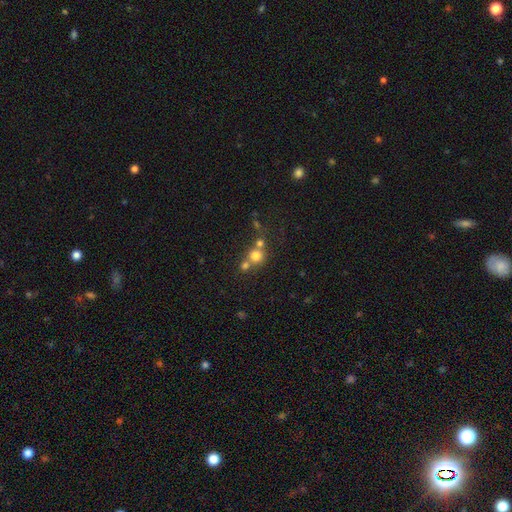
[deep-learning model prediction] Smooth or featured? smooth (73%)
How rounded? round (89%)
Merging? none (49%)